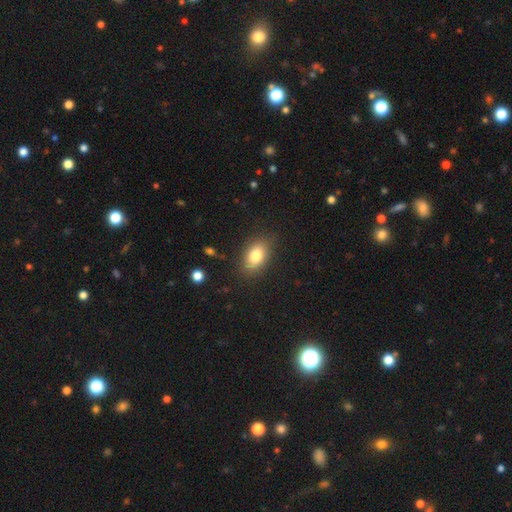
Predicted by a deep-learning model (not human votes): Morphology: type=smooth (81%); roundness=in between (87%); merging=none (84%).